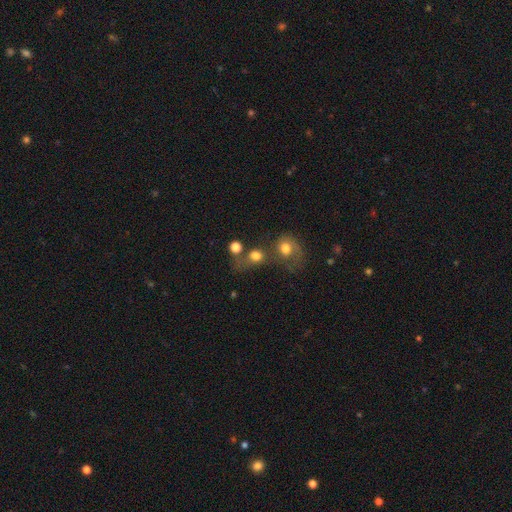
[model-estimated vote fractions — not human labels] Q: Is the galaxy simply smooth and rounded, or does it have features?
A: smooth — 74%.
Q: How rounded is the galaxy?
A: round — 73%.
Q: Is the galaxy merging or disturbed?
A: merger — 44%.